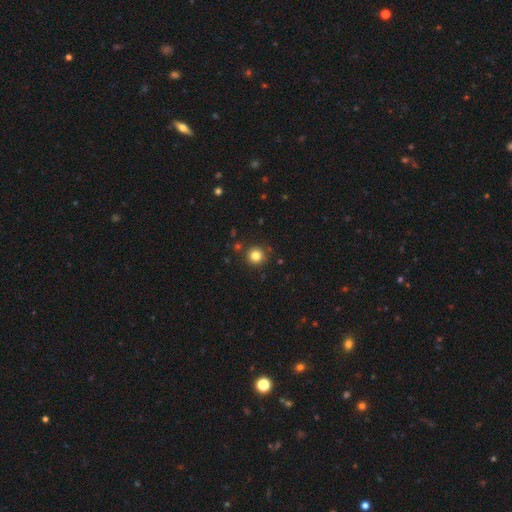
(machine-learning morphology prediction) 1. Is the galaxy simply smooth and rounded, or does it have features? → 82% smooth, 13% star or artifact, 6% featured or disk.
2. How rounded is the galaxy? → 94% round, 5% in between, 1% cigar-shaped.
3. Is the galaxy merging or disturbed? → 89% none, 7% minor disturbance, 3% merger, 2% major disturbance.